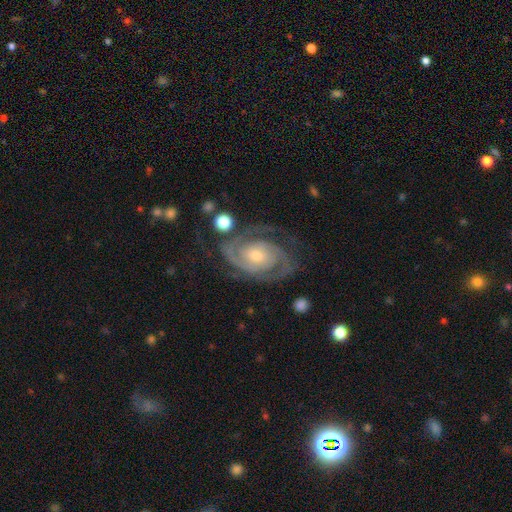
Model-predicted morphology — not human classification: smooth_or_featured: featured or disk (p=0.91) [alt: smooth p=0.05]
disk_edge_on: no (p=0.97) [alt: yes p=0.03]
bar: no (p=0.64) [alt: weak p=0.28]
has_spiral_arms: yes (p=0.98) [alt: no p=0.02]
spiral_winding: tight (p=0.65) [alt: medium p=0.30]
spiral_arm_count: 2 (p=0.79) [alt: 3 p=0.08]
bulge_size: moderate (p=0.54) [alt: small p=0.39]
merging: none (p=0.72) [alt: minor disturbance p=0.16]